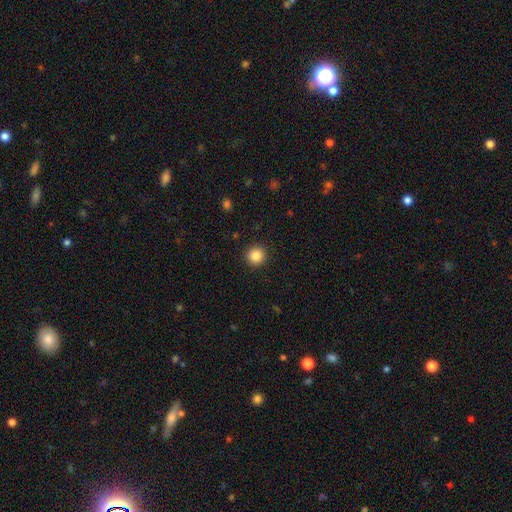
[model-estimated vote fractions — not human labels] The model was most divided on "smooth or featured": smooth: 86%, star or artifact: 10%, featured or disk: 4%. More confident: how rounded — round (95%); merging — none (92%).